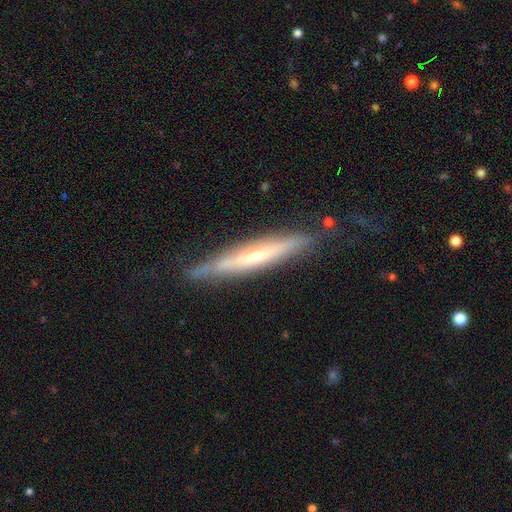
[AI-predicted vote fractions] Smooth or featured? featured or disk (64%)
Edge-on disk? yes (86%)
Edge-on bulge? rounded (53%)
Merging? none (73%)